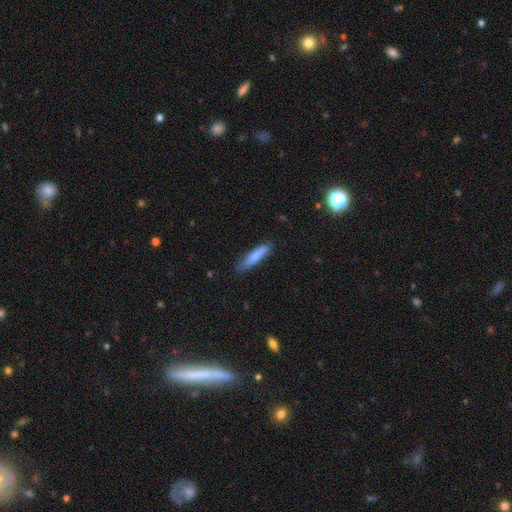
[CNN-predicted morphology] smooth-or-featured: smooth: 77% | featured or disk: 17% | star or artifact: 5%
  how-rounded: cigar-shaped: 82% | in between: 16% | round: 1%
  merging: none: 80% | minor disturbance: 16% | major disturbance: 3% | merger: 1%